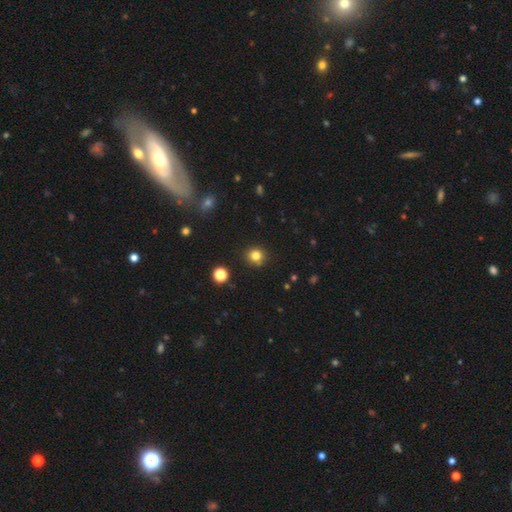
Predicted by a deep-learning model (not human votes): The model was most divided on "smooth or featured": smooth: 80%, star or artifact: 14%, featured or disk: 6%. More confident: how rounded — round (89%); merging — none (85%).